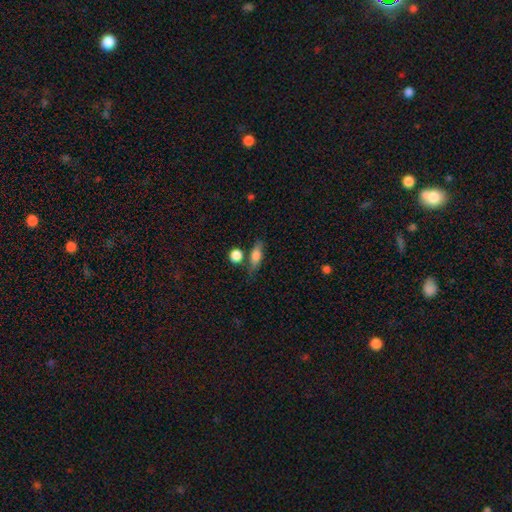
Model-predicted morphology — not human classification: This appears to be a smooth galaxy with no disk features (73%) that is in between round and cigar-shaped (60%). Merging: none (66%).